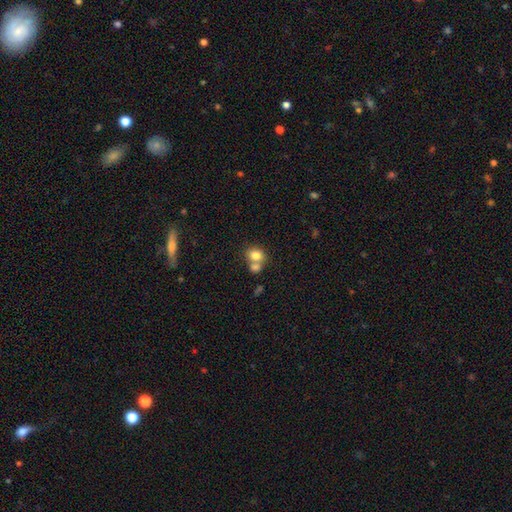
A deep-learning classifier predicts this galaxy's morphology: Smooth or featured? smooth (79%)
How rounded? round (58%)
Merging? merger (48%)